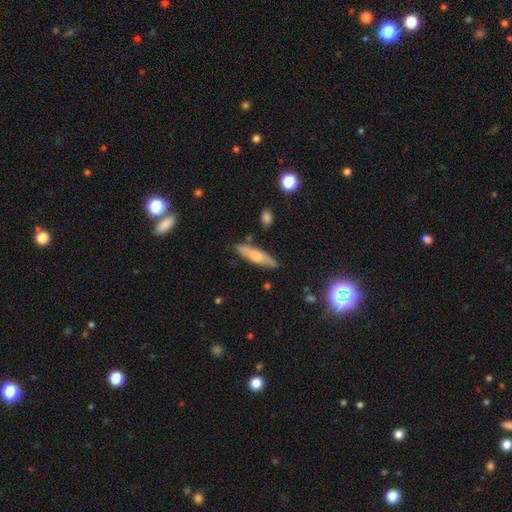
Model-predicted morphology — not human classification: Smooth or featured? smooth (52%)
How rounded? cigar-shaped (70%)
Merging? none (82%)